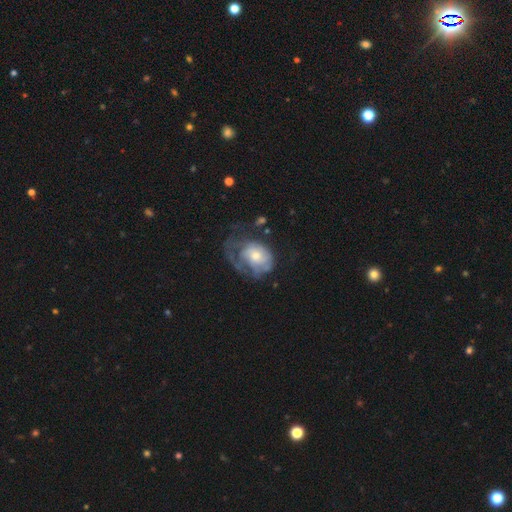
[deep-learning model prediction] Smooth or featured?
  - featured or disk: 56% *
  - smooth: 37%
  - star or artifact: 7%
Edge-on disk?
  - no: 97% *
  - yes: 3%
Bar?
  - no: 80% *
  - weak: 18%
  - strong: 3%
Spiral arms?
  - yes: 60% *
  - no: 40%
Bulge size?
  - moderate: 52% *
  - small: 35%
  - large: 9%
  - none: 3%
  - dominant: 2%
Merging?
  - major disturbance: 47% *
  - none: 26%
  - minor disturbance: 24%
  - merger: 3%